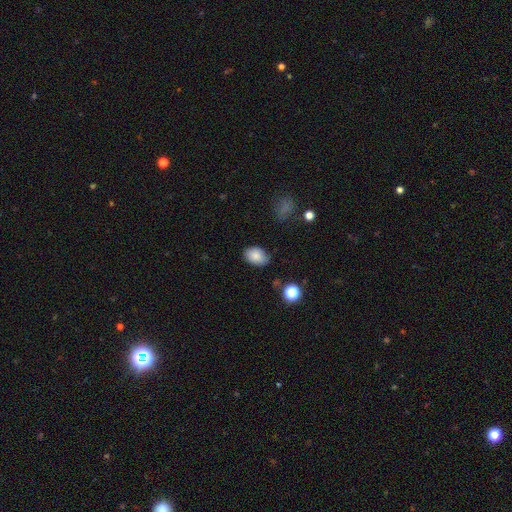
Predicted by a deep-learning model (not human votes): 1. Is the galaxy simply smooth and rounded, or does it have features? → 85% smooth, 8% star or artifact, 6% featured or disk.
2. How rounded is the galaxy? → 82% in between, 17% round, 1% cigar-shaped.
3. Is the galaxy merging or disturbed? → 79% none, 16% minor disturbance, 3% major disturbance, 2% merger.